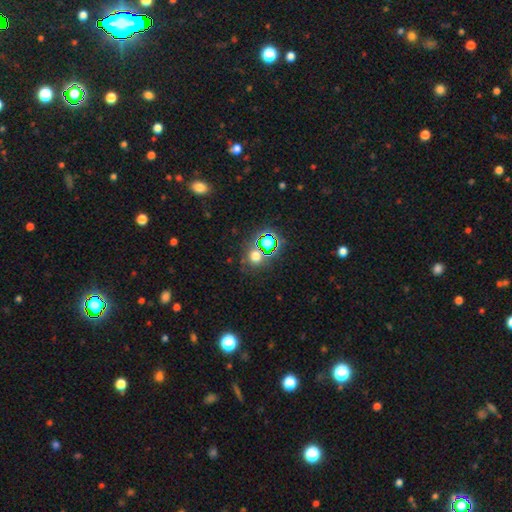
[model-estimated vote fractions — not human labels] Smooth or featured: smooth — 54% (star or artifact — 38%)
How rounded: round — 84% (in between — 15%)
Merging: none — 73% (merger — 12%)